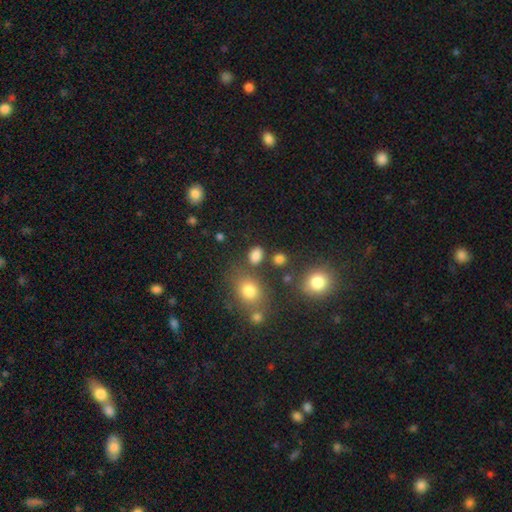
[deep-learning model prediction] A smooth galaxy with no disk features (82%) that is in between round and cigar-shaped (58%). Merging: none (74%).